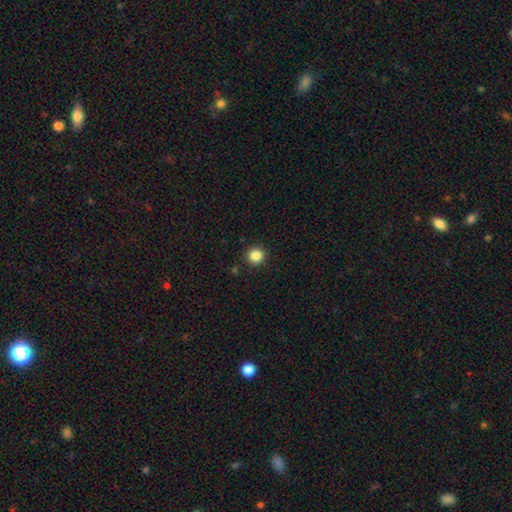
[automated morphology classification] type=smooth (86%); roundness=round (95%); merging=none (91%).